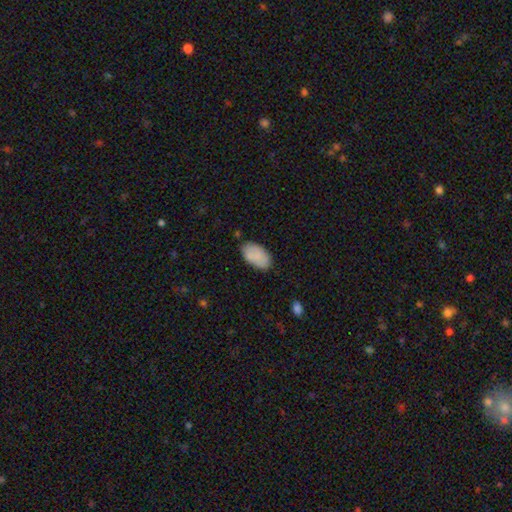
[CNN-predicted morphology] Smooth or featured? Predicted: smooth (p=0.84). How rounded? Predicted: in between (p=0.95). Merging? Predicted: none (p=0.79).